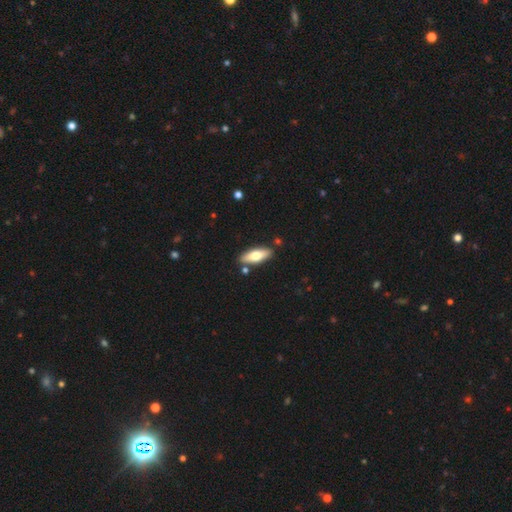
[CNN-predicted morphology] Overall: smooth (65%; featured or disk 30%). How rounded: in between (62%; cigar-shaped 36%). Merging: none (84%).